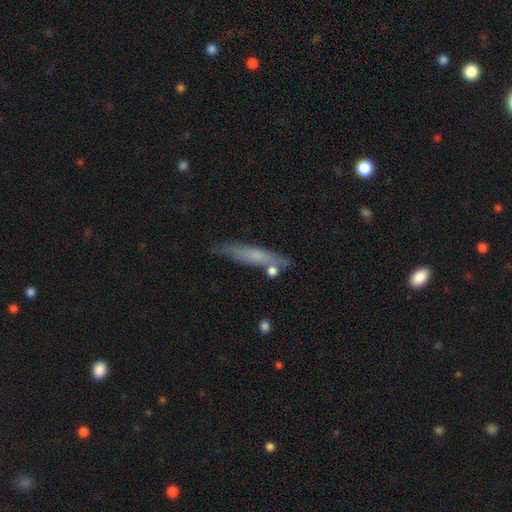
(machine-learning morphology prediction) A smooth galaxy with no disk features (58%) that is cigar-shaped (87%).

Vote fractions:
- Smooth or featured? smooth: 58% / featured or disk: 35% / star or artifact: 8%
- How rounded? cigar-shaped: 87% / in between: 11% / round: 2%
- Merging? none: 72% / minor disturbance: 17% / merger: 6% / major disturbance: 4%